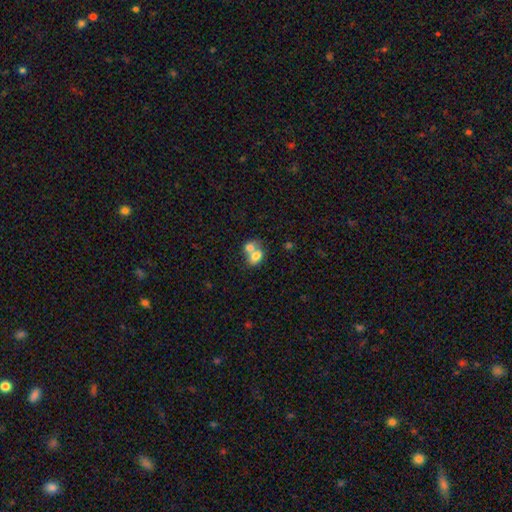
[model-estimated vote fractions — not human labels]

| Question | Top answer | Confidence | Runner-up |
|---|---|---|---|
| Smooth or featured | smooth | 71% | featured or disk (21%) |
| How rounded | in between | 66% | round (33%) |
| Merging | merger | 70% | none (21%) |